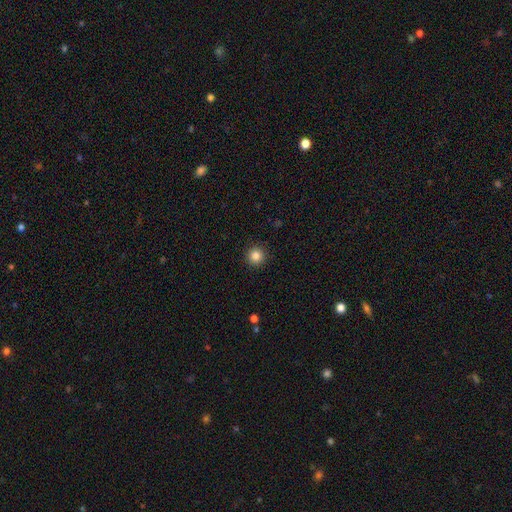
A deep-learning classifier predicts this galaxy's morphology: Smooth or featured? Predicted: smooth (p=0.84). How rounded? Predicted: round (p=0.96). Merging? Predicted: none (p=0.93).